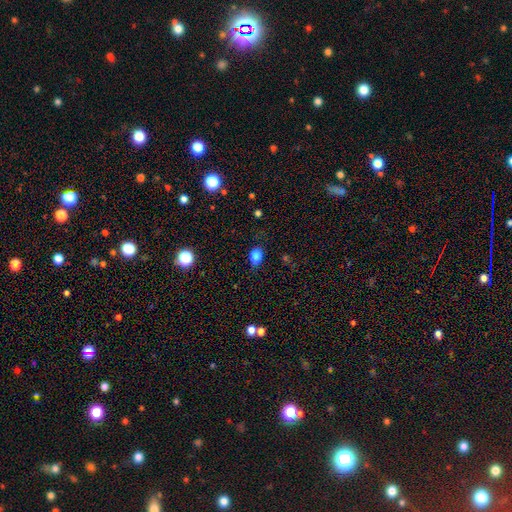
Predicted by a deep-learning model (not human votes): Smooth or featured? Predicted: smooth (p=0.83). How rounded? Predicted: in between (p=0.68). Merging? Predicted: none (p=0.81).